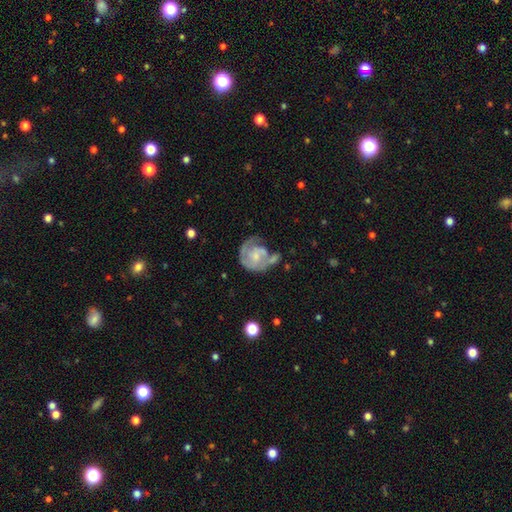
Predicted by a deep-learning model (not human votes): smooth_or_featured: featured or disk (p=0.71) [alt: smooth p=0.23]
disk_edge_on: no (p=0.98) [alt: yes p=0.02]
bar: no (p=0.68) [alt: weak p=0.27]
has_spiral_arms: yes (p=0.83) [alt: no p=0.17]
spiral_winding: tight (p=0.47) [alt: medium p=0.37]
spiral_arm_count: 2 (p=0.41) [alt: 1 p=0.24]
bulge_size: small (p=0.52) [alt: moderate p=0.30]
merging: none (p=0.37) [alt: major disturbance p=0.25]